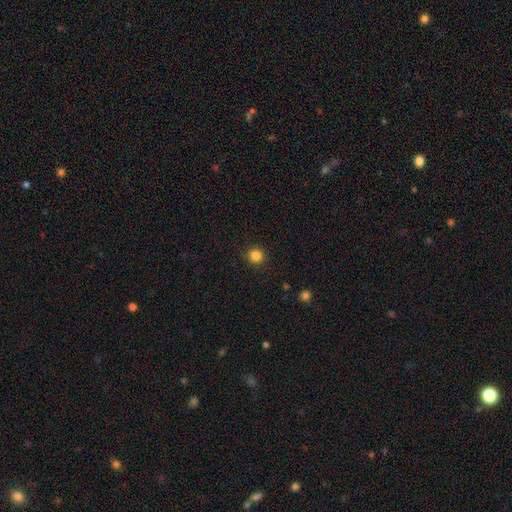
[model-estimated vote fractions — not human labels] Smooth or featured? smooth (84%)
How rounded? round (94%)
Merging? none (92%)